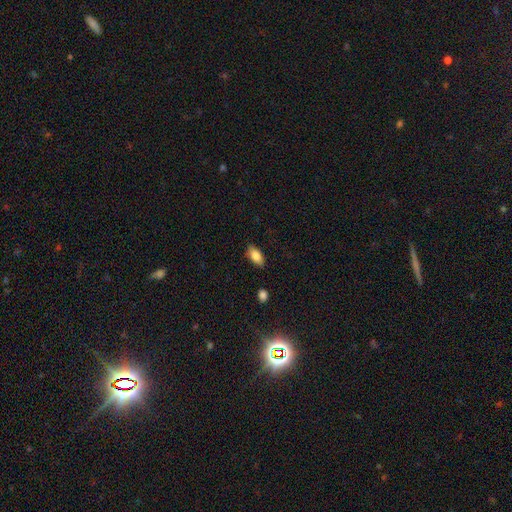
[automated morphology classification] This appears to be a smooth galaxy with no disk features (85%) that is in between round and cigar-shaped (91%). Merging: none (84%).